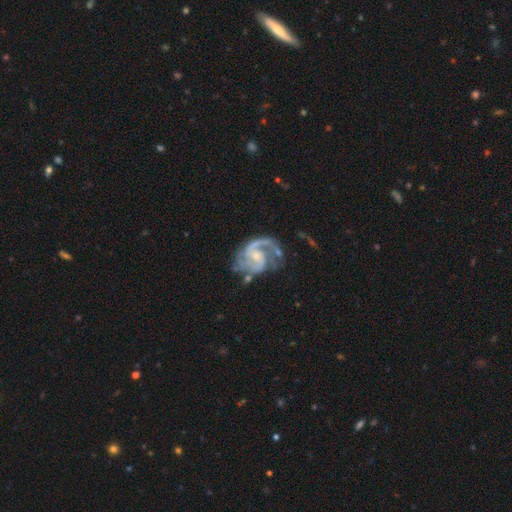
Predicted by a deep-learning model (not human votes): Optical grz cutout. It shows a featured or disk galaxy (92%) with no bar (48%), 2 (77%) medium (56%) spiral arms (98%) and a small central bulge (58%). Merging: none (53%).